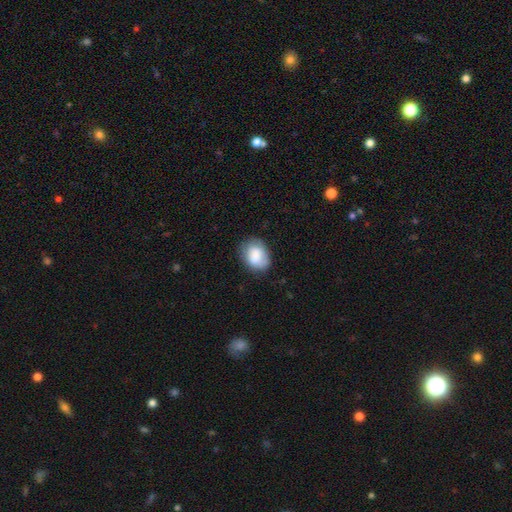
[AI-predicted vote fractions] Morphology: type=smooth (83%); roundness=in between (66%); merging=none (70%).